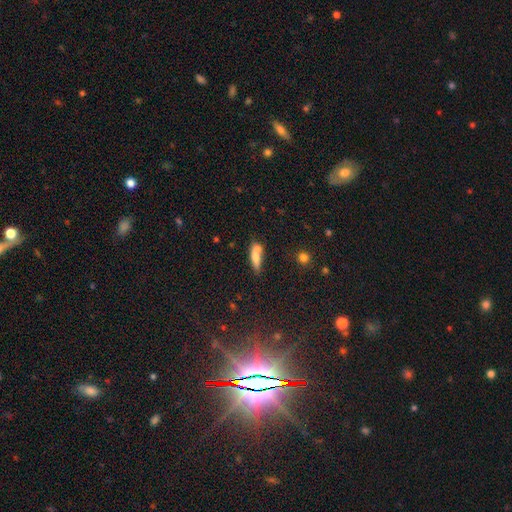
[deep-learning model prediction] Smooth or featured?
  - smooth: 71% *
  - featured or disk: 20%
  - star or artifact: 9%
How rounded?
  - cigar-shaped: 54% *
  - in between: 43%
  - round: 3%
Merging?
  - none: 45% *
  - merger: 30%
  - minor disturbance: 19%
  - major disturbance: 7%